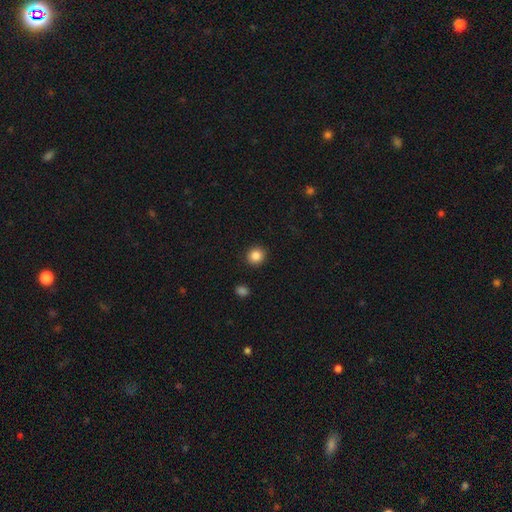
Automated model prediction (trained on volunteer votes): The model was most divided on "how rounded": round: 86%, in between: 13%, cigar-shaped: 1%. More confident: merging — none (91%); smooth or featured — smooth (86%).